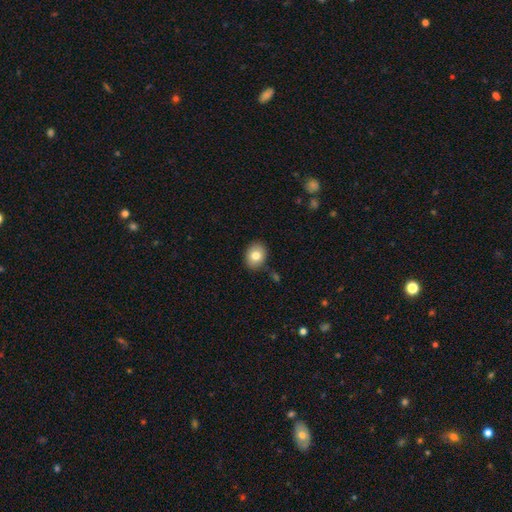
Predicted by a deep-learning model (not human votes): smooth 80%, featured or disk 11%, star or artifact 9%. Down the decision tree: how rounded — in between (53%); merging — none (85%).